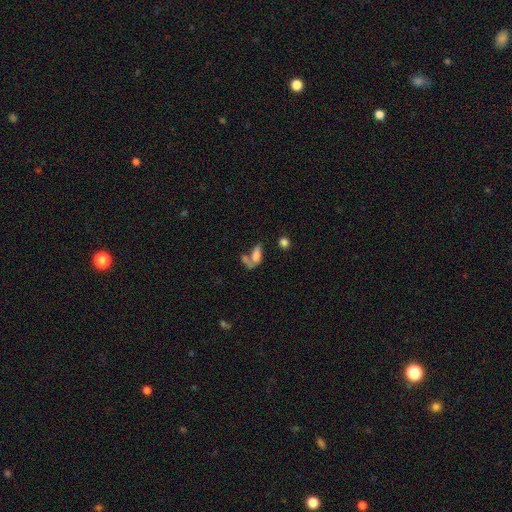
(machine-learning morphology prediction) Smooth or featured? Predicted: smooth (p=0.64). How rounded? Predicted: in between (p=0.80). Merging? Predicted: merger (p=0.46).